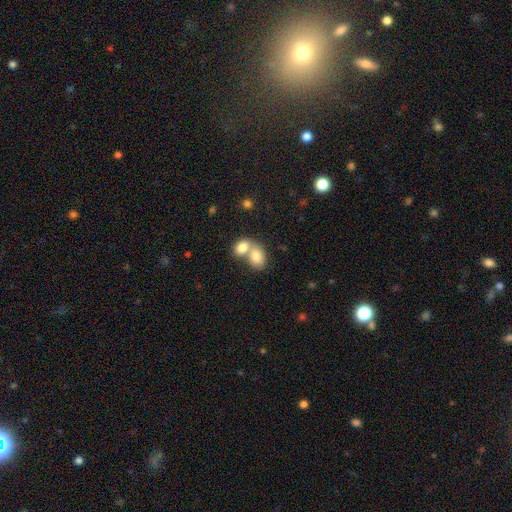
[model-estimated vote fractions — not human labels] The model was most divided on "how rounded": in between: 72%, round: 26%, cigar-shaped: 1%. More confident: smooth or featured — smooth (79%); merging — merger (69%).